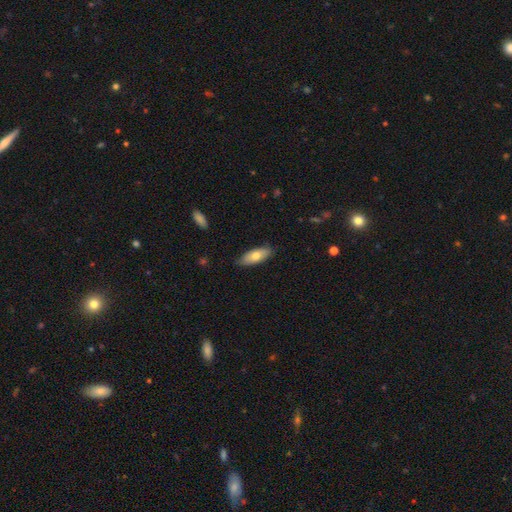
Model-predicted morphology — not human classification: Smooth or featured: smooth — 73% (featured or disk — 21%)
How rounded: in between — 73% (cigar-shaped — 24%)
Merging: none — 83% (minor disturbance — 14%)